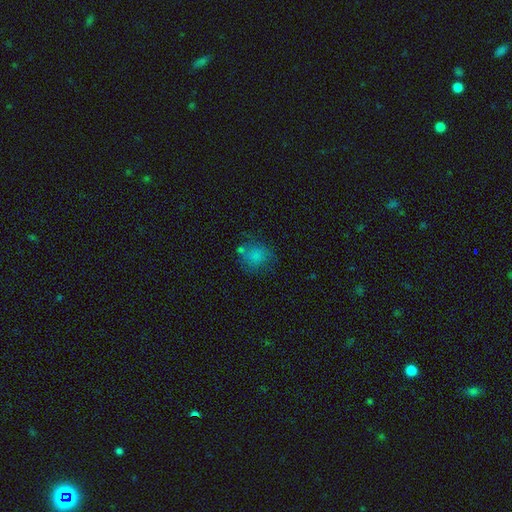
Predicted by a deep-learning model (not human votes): smooth_or_featured: smooth (p=0.75) [alt: featured or disk p=0.13]
how_rounded: round (p=0.78) [alt: in between p=0.21]
merging: none (p=0.55) [alt: minor disturbance p=0.21]